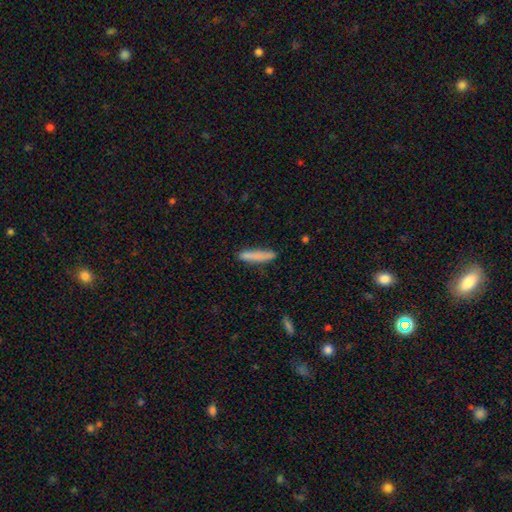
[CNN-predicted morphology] A smooth galaxy with no disk features (83%) that is cigar-shaped (90%).

Vote fractions:
- Smooth or featured? smooth: 83% / featured or disk: 11% / star or artifact: 7%
- How rounded? cigar-shaped: 90% / in between: 9% / round: 1%
- Merging? none: 83% / minor disturbance: 13% / major disturbance: 2% / merger: 2%